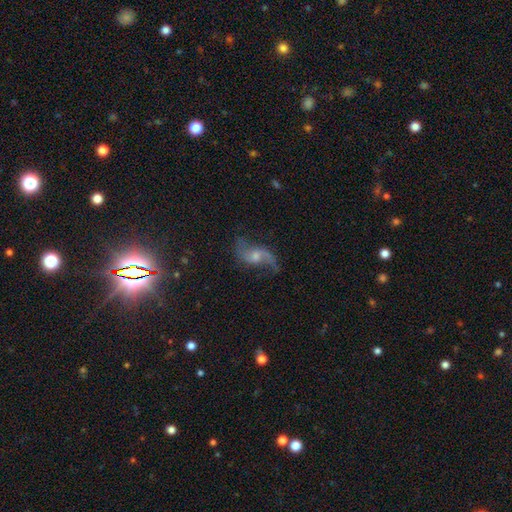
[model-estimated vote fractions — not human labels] featured or disk 82%, star or artifact 9%, smooth 9%. Down the decision tree: edge-on disk — no (96%); bar — no (55%); spiral arms — yes (94%); spiral arm count — 2 (89%); spiral winding — loose (81%); bulge size — small (48%); merging — none (67%).